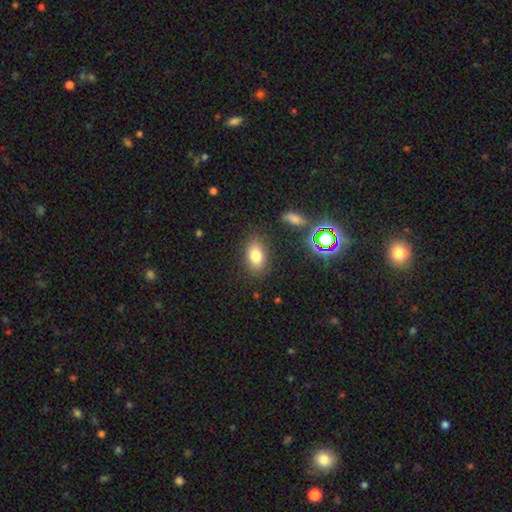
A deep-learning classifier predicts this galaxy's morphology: Overall: smooth (78%). How rounded: in between (87%). Merging: none (84%).